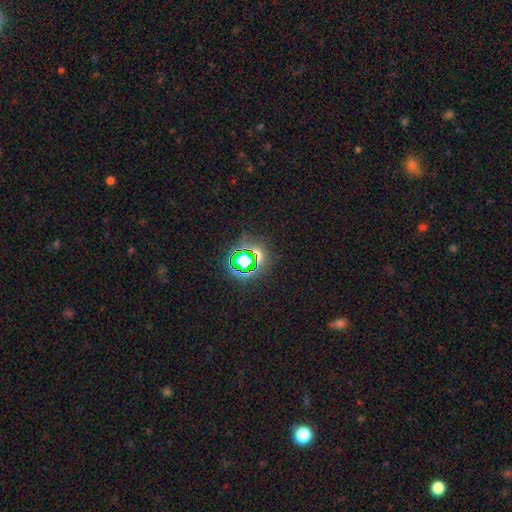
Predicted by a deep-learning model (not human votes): Smooth or featured?
  - star or artifact: 70% *
  - smooth: 21%
  - featured or disk: 10%